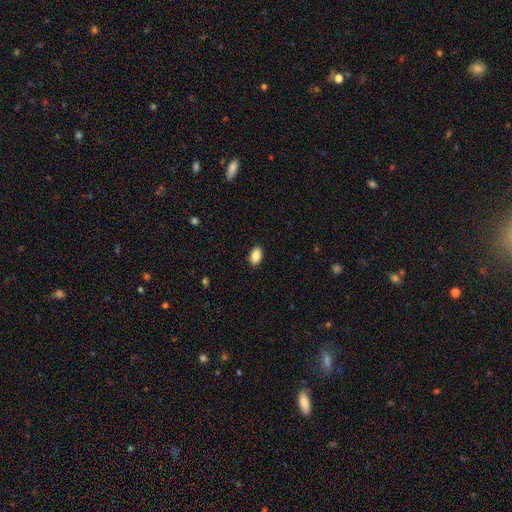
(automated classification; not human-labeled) The model was most divided on "smooth or featured": smooth: 87%, star or artifact: 8%, featured or disk: 5%. More confident: how rounded — in between (90%); merging — none (90%).